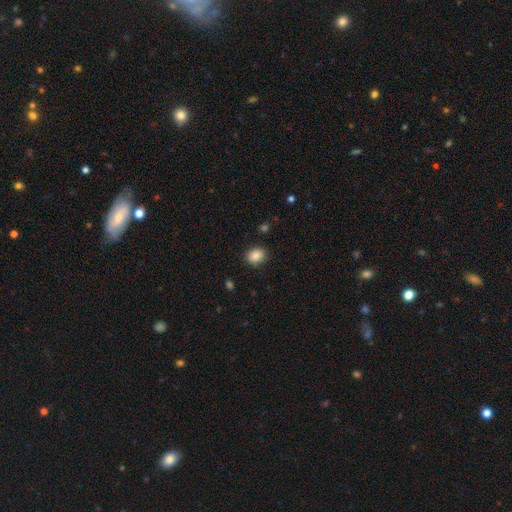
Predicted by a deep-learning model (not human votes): This is clearly a smooth galaxy (86%). How rounded: possibly round (55%). Merging: clearly none (88%).